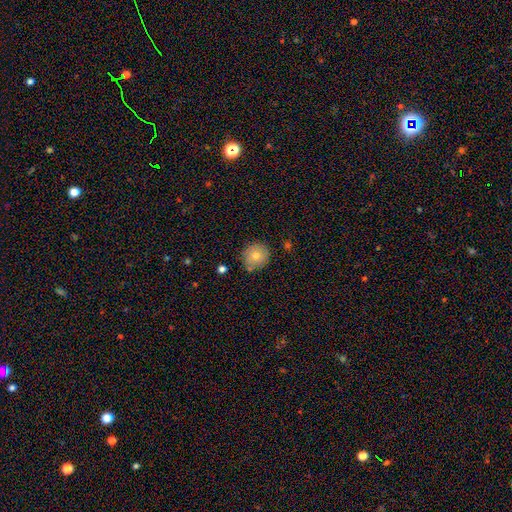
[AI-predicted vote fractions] Smooth or featured? Predicted: smooth (p=0.75). How rounded? Predicted: round (p=0.91). Merging? Predicted: none (p=0.83).